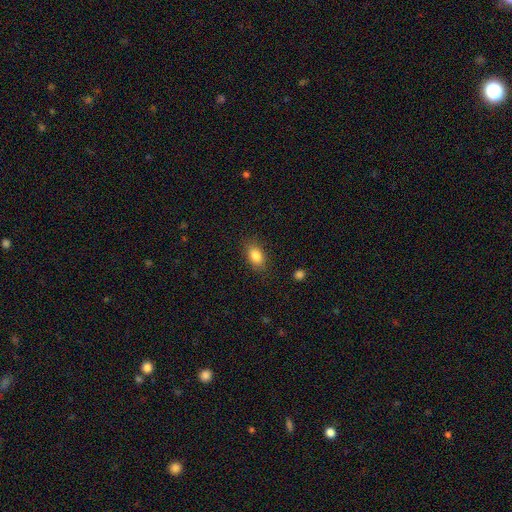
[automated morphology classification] A smooth galaxy with no disk features (84%) that is in between round and cigar-shaped (85%). Merging: none (85%).